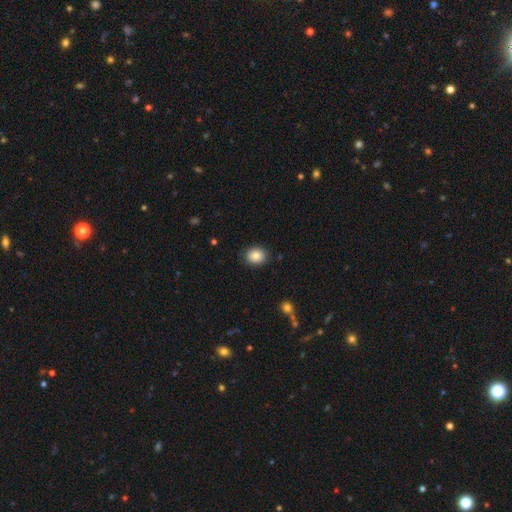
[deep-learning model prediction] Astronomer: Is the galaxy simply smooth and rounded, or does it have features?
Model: smooth — 84%.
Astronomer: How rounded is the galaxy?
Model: round — 68%.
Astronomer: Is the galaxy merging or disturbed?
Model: none — 88%.